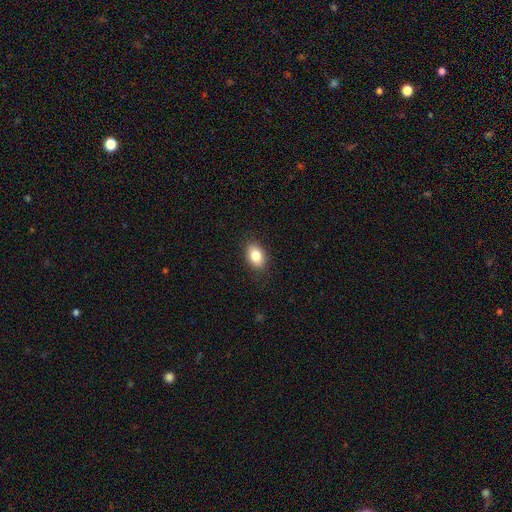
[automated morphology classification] type=smooth (84%); roundness=in between (84%); merging=none (87%).